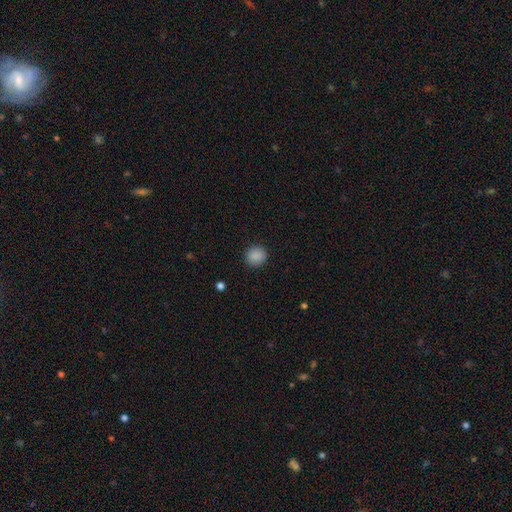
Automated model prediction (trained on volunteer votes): This appears to be a smooth galaxy with no disk features (88%) that is round (90%). Merging: none (91%).